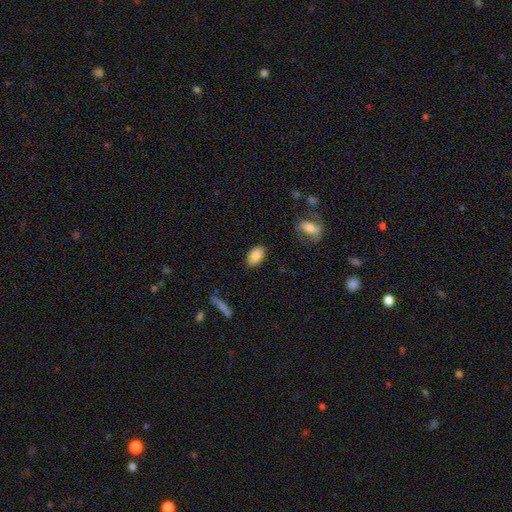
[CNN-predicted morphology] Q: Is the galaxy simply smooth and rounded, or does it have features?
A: smooth — 74%.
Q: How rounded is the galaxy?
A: in between — 88%.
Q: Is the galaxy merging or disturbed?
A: none — 77%.